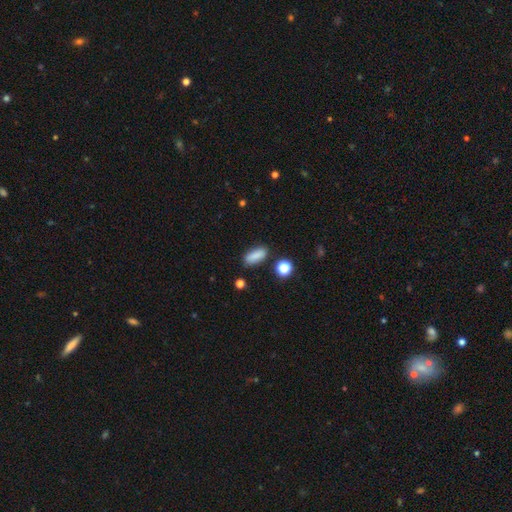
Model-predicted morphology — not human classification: Smooth or featured?
  - smooth: 85% *
  - star or artifact: 9%
  - featured or disk: 6%
How rounded?
  - in between: 73% *
  - cigar-shaped: 23%
  - round: 4%
Merging?
  - none: 81% *
  - minor disturbance: 12%
  - merger: 3%
  - major disturbance: 3%